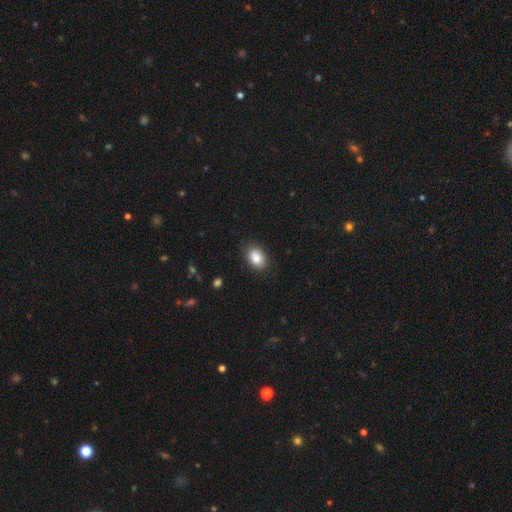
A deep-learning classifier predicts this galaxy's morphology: smooth_or_featured: smooth (p=0.86) [alt: star or artifact p=0.08]
how_rounded: in between (p=0.82) [alt: round p=0.17]
merging: none (p=0.85) [alt: minor disturbance p=0.11]